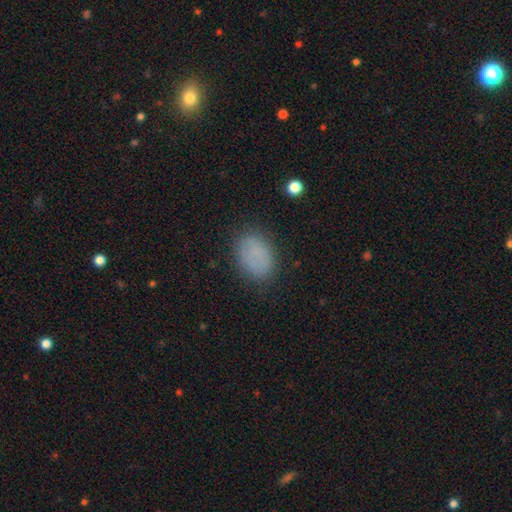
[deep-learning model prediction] Smooth or featured?
  - smooth: 80% *
  - star or artifact: 11%
  - featured or disk: 9%
How rounded?
  - in between: 80% *
  - round: 19%
  - cigar-shaped: 1%
Merging?
  - none: 80% *
  - minor disturbance: 14%
  - major disturbance: 5%
  - merger: 1%